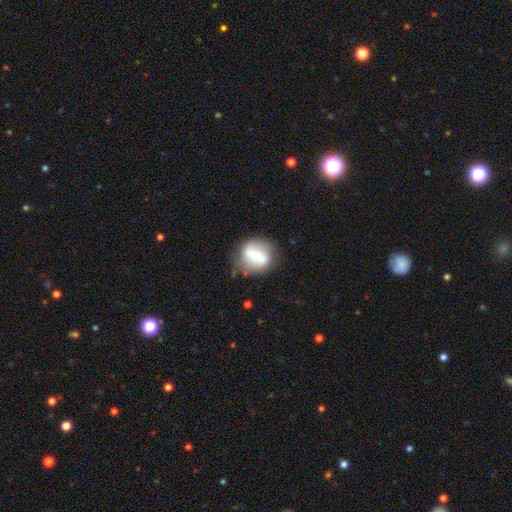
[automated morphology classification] Smooth or featured?
  - featured or disk: 50% *
  - smooth: 43%
  - star or artifact: 7%
Merging?
  - none: 72% *
  - minor disturbance: 17%
  - major disturbance: 6%
  - merger: 5%